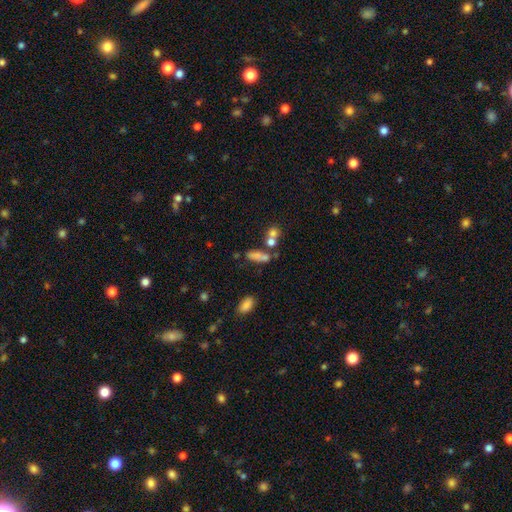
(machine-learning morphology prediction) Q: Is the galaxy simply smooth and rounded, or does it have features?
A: smooth — 72%.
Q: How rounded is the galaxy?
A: in between — 52%.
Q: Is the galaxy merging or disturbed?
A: none — 49%.